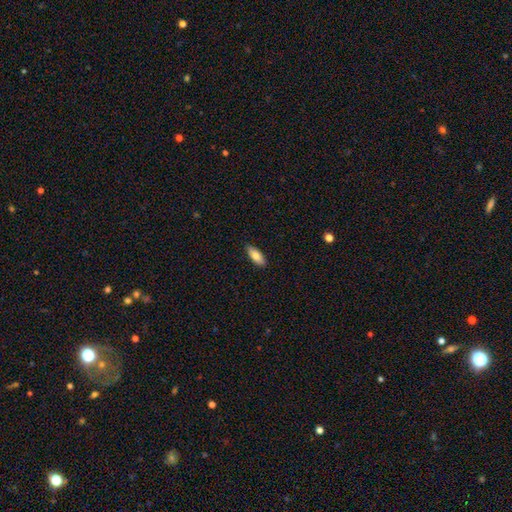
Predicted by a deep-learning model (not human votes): Overall: smooth (80%). How rounded: in between (79%). Merging: none (88%).